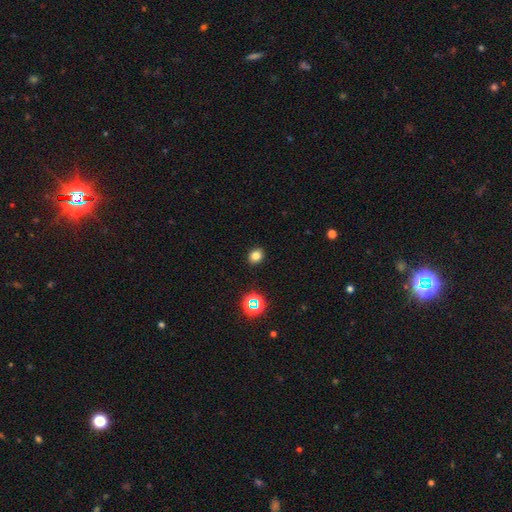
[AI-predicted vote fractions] smooth-or-featured: smooth: 78% | star or artifact: 16% | featured or disk: 6%
  how-rounded: round: 62% | in between: 37% | cigar-shaped: 1%
  merging: none: 91% | minor disturbance: 6% | major disturbance: 2% | merger: 1%